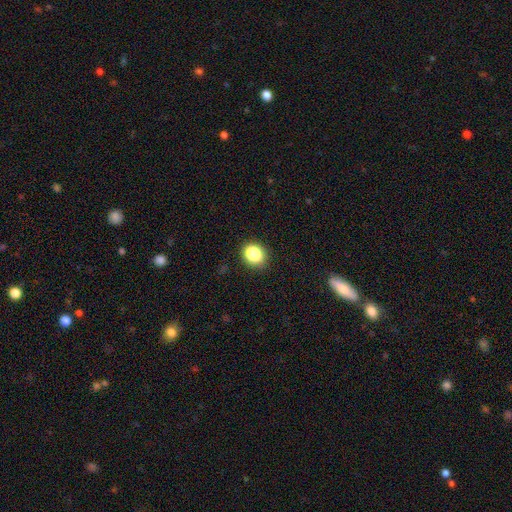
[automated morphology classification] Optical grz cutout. It shows a smooth galaxy with no disk features (81%) that is round (62%). Merging: none (83%).